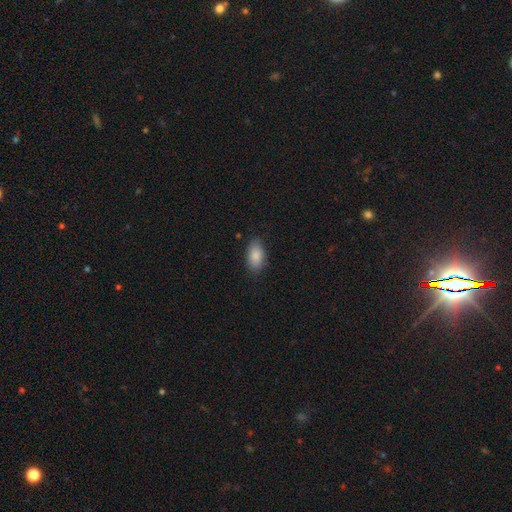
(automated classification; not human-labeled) Smooth or featured: smooth — 87% (star or artifact — 7%)
How rounded: in between — 93% (round — 4%)
Merging: none — 83% (minor disturbance — 13%)